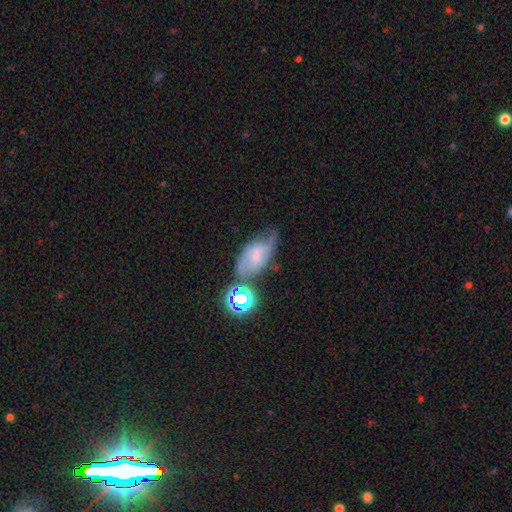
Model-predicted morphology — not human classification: Overall: featured or disk (51%; smooth 32%). Edge-on disk: no (92%). Merging: none (46%; minor disturbance 28%).